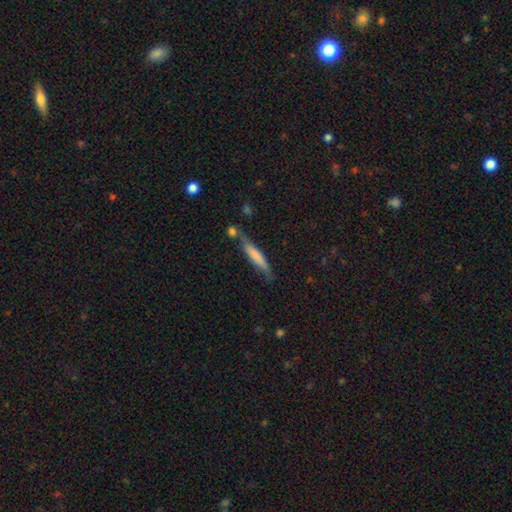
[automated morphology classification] This appears to be a smooth galaxy with no disk features (69%) that is cigar-shaped (89%). Merging: none (62%).